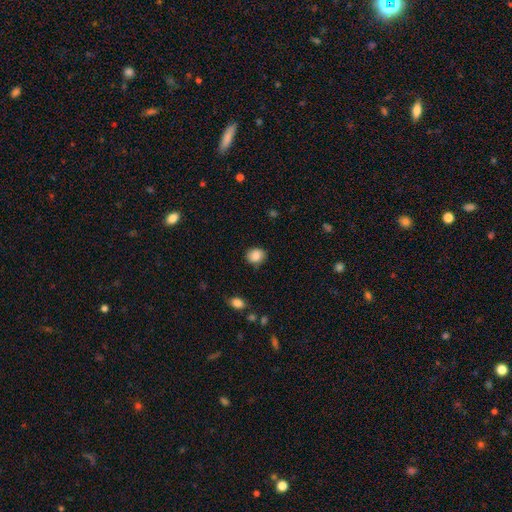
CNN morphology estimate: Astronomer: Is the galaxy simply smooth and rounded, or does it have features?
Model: smooth — 86%.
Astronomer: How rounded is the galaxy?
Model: round — 64%.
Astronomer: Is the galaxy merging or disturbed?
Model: none — 80%.